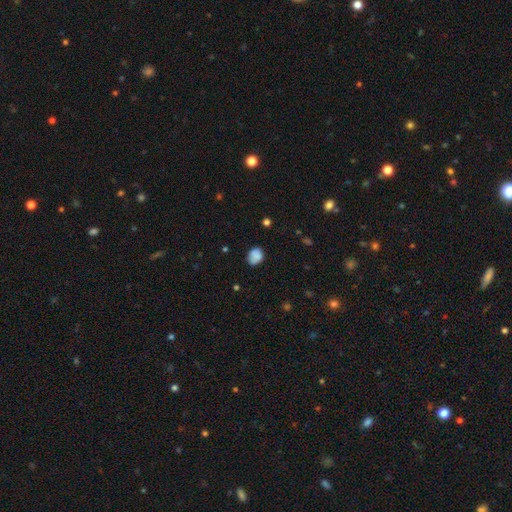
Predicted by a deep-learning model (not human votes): This appears to be a smooth galaxy with no disk features (80%) that is in between round and cigar-shaped (52%). Merging: none (68%).